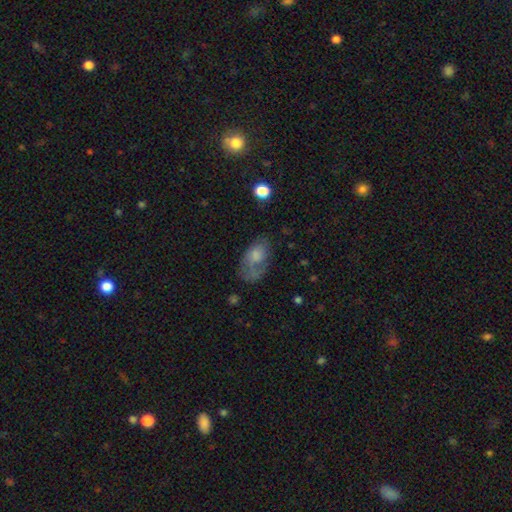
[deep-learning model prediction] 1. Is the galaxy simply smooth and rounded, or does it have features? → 50% smooth, 38% featured or disk, 13% star or artifact.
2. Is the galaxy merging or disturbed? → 47% none, 26% minor disturbance, 23% major disturbance, 4% merger.